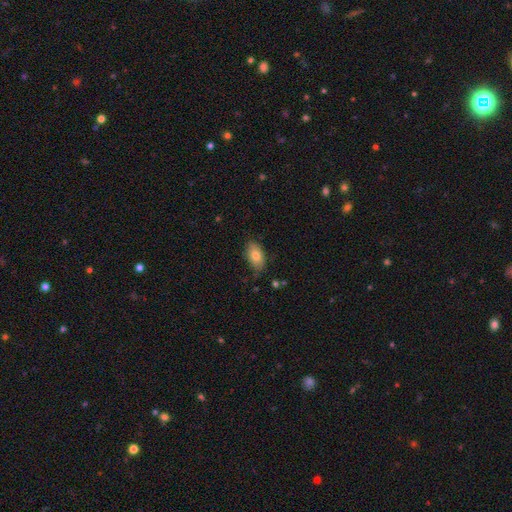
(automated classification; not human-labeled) This is likely a smooth galaxy (79%). How rounded: clearly in between (92%). Merging: likely none (78%).